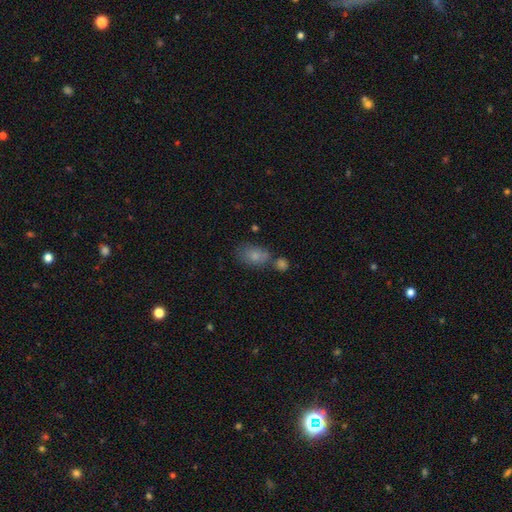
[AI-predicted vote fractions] The model was most divided on "merging": none: 52%, merger: 23%, minor disturbance: 19%, major disturbance: 6%. More confident: how rounded — in between (84%); smooth or featured — smooth (77%).